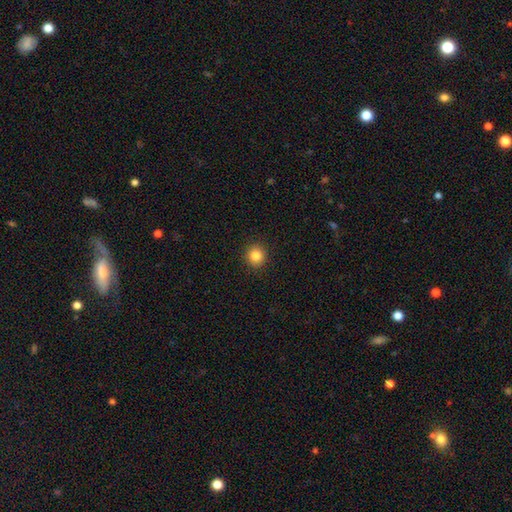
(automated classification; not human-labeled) Smooth or featured?
  - smooth: 84% *
  - star or artifact: 11%
  - featured or disk: 5%
How rounded?
  - round: 92% *
  - in between: 7%
  - cigar-shaped: 1%
Merging?
  - none: 92% *
  - minor disturbance: 5%
  - major disturbance: 2%
  - merger: 1%